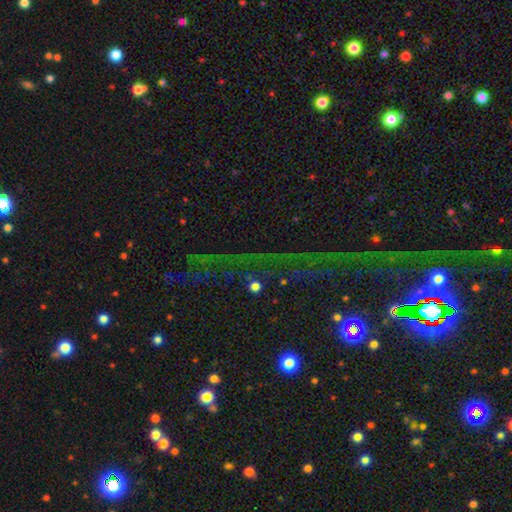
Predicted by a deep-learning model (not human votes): A star or artifact, not a galaxy (74%).

Vote fractions:
- Smooth or featured? star or artifact: 74% / smooth: 13% / featured or disk: 13%